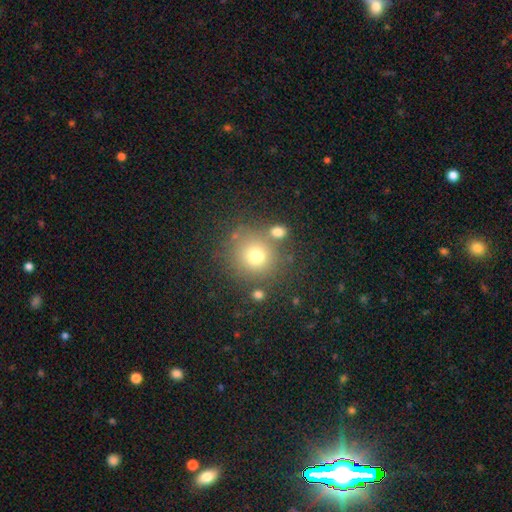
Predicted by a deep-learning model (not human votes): This appears to be a smooth galaxy with no disk features (73%) that is round (90%). Merging: none (72%).